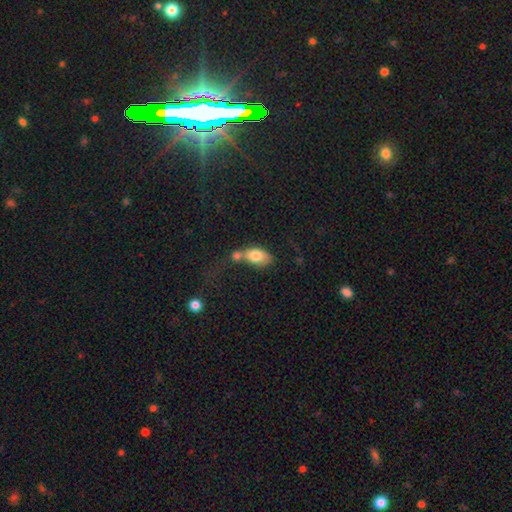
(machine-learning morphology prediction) type=smooth (77%); roundness=in between (86%); merging=merger (50%).